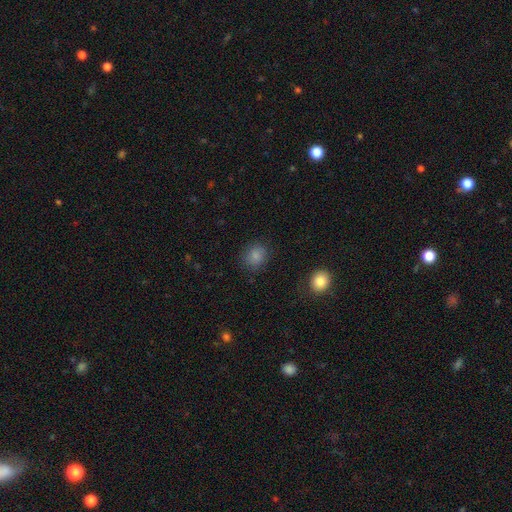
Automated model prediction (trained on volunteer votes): smooth 84%, star or artifact 11%, featured or disk 5%. Down the decision tree: how rounded — round (73%); merging — none (84%).